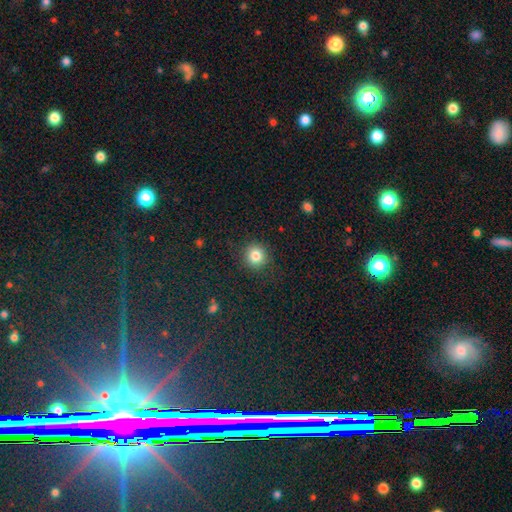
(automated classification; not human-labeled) This is clearly a smooth galaxy (82%). How rounded: clearly round (92%). Merging: clearly none (89%).